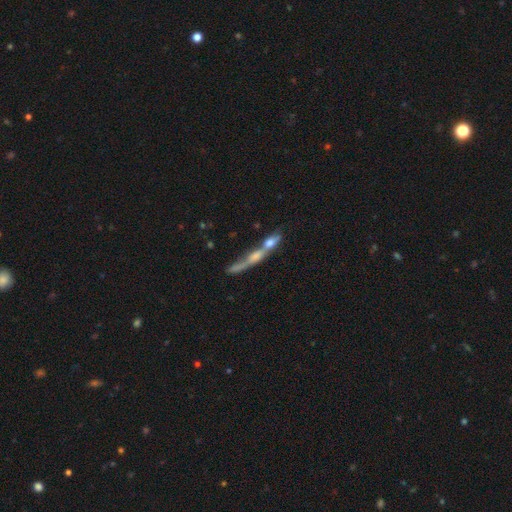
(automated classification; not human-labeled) This appears to be a featured or disk galaxy (57%) viewed edge-on (69%). Merging: merger (49%).